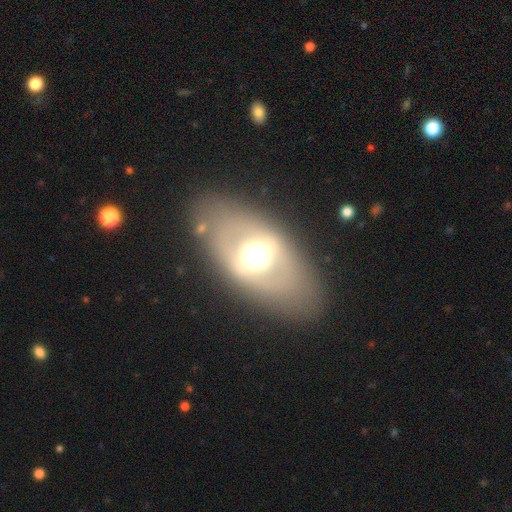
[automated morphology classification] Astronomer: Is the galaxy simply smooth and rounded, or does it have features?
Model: featured or disk — 46% (runner-up: smooth, 44%).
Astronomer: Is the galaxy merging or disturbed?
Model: none — 80%.